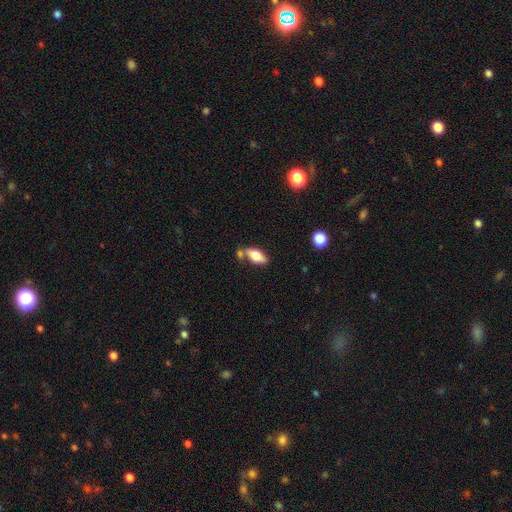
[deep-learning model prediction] Overall: smooth (74%). How rounded: in between (84%). Merging: none (62%).